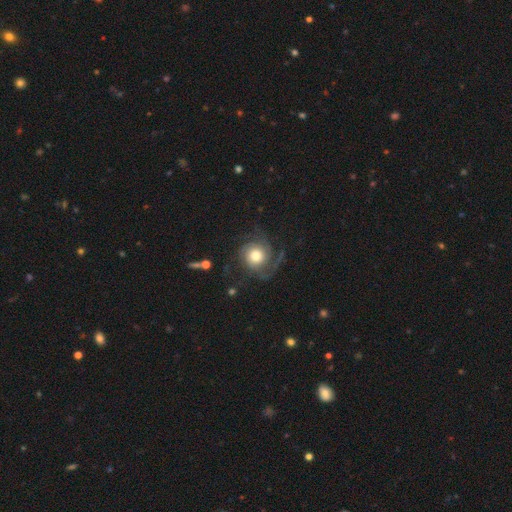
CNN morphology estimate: Smooth or featured? featured or disk (75%)
Edge-on disk? no (98%)
Bar? no (82%)
Spiral arms? yes (94%)
Spiral winding? tight (43%)
Spiral arm count? 2 (38%)
Bulge size? moderate (53%)
Merging? none (66%)